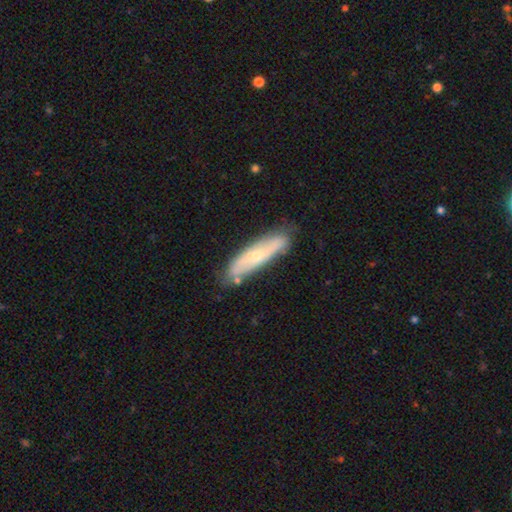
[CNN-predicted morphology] Overall: featured or disk (51%; smooth 43%). Edge-on disk: no (55%; yes 45%). Merging: none (75%).